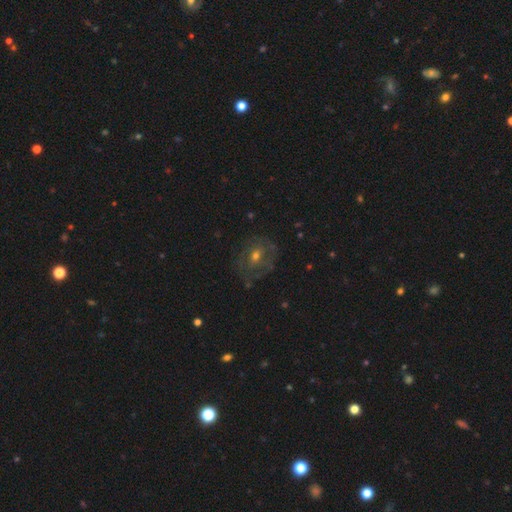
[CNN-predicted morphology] A featured or disk galaxy (53%) with no bar (62%), spiral arms (53%) and a moderate central bulge (55%).

Vote fractions:
- Smooth or featured? featured or disk: 53% / smooth: 27% / star or artifact: 19%
- Edge-on disk? no: 95% / yes: 5%
- Bar? no: 62% / weak: 29% / strong: 8%
- Spiral arms? yes: 53% / no: 47%
- Bulge size? moderate: 55% / small: 38% / large: 4% / none: 2% / dominant: 1%
- Merging? none: 67% / minor disturbance: 18% / major disturbance: 13% / merger: 2%